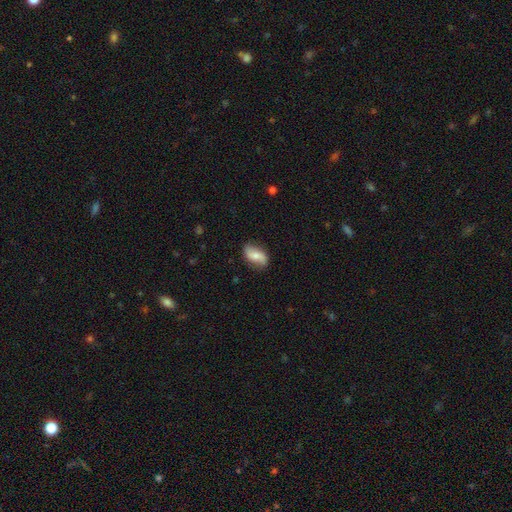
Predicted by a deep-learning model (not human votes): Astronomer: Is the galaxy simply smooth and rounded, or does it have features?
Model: smooth — 56% (runner-up: featured or disk, 37%).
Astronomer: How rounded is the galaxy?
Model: in between — 90%.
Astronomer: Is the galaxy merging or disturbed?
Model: none — 79%.